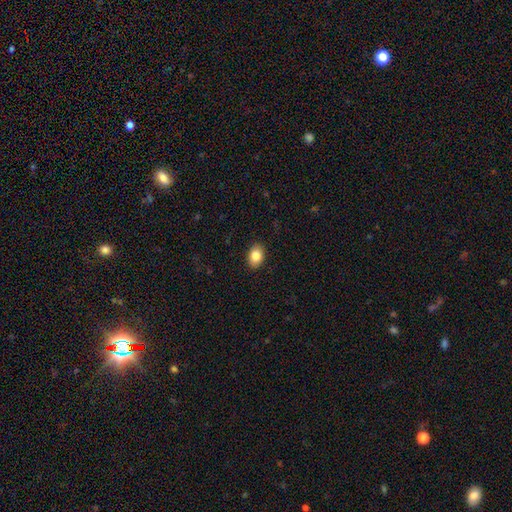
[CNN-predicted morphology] Overall: smooth (84%). How rounded: in between (81%). Merging: none (90%).